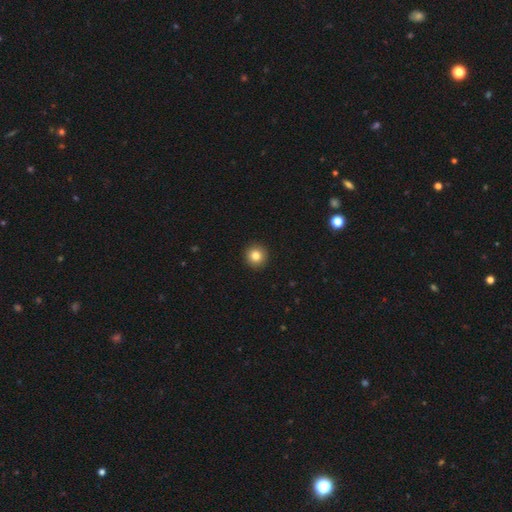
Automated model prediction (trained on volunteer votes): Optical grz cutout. It shows a smooth galaxy with no disk features (83%) that is round (95%). Merging: none (94%).